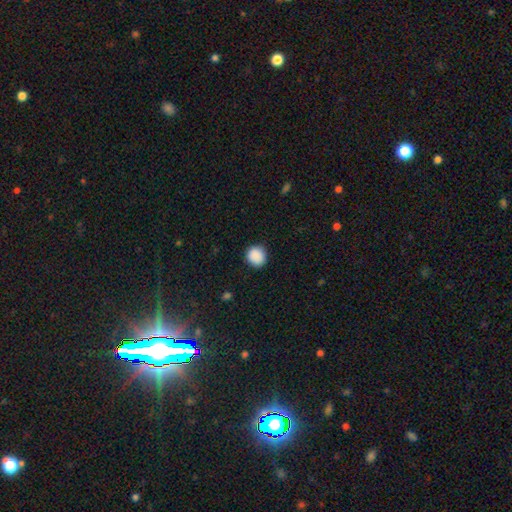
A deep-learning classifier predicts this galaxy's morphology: This appears to be a smooth galaxy with no disk features (89%) that is round (90%). Merging: none (89%).